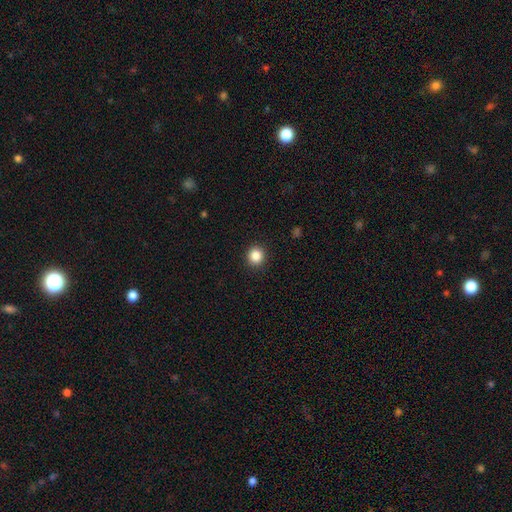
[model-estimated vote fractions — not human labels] smooth-or-featured: smooth: 86% | star or artifact: 10% | featured or disk: 3%
  how-rounded: round: 90% | in between: 9% | cigar-shaped: 1%
  merging: none: 92% | minor disturbance: 5% | major disturbance: 2% | merger: 1%